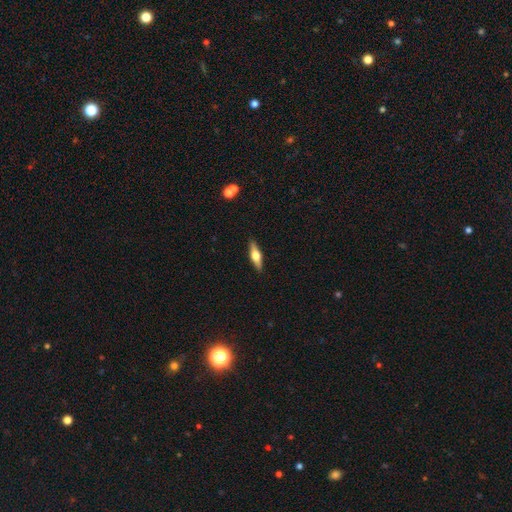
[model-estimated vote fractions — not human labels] featured or disk 55%, smooth 39%, star or artifact 6%. Down the decision tree: edge-on disk — yes (94%); edge-on bulge — rounded (92%); merging — none (90%).